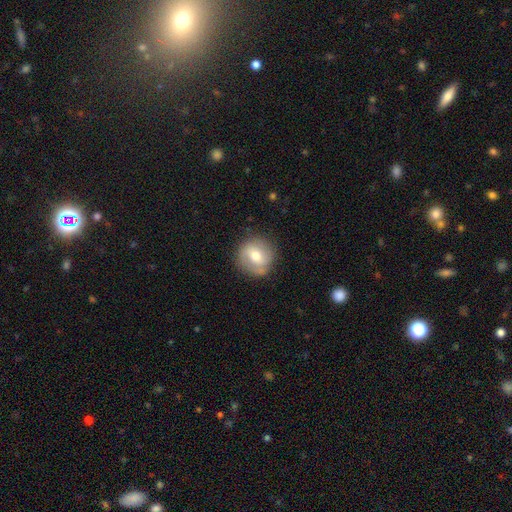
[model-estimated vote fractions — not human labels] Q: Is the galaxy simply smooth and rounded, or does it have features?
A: smooth — 53%.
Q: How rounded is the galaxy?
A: round — 91%.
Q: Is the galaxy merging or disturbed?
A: none — 79%.